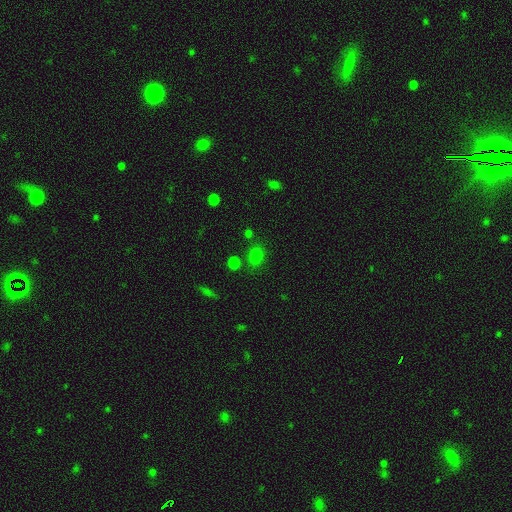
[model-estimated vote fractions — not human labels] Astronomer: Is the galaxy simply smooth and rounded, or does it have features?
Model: smooth — 76%.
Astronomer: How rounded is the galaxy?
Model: round — 61% (runner-up: in between, 37%).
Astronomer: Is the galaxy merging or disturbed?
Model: none — 79%.